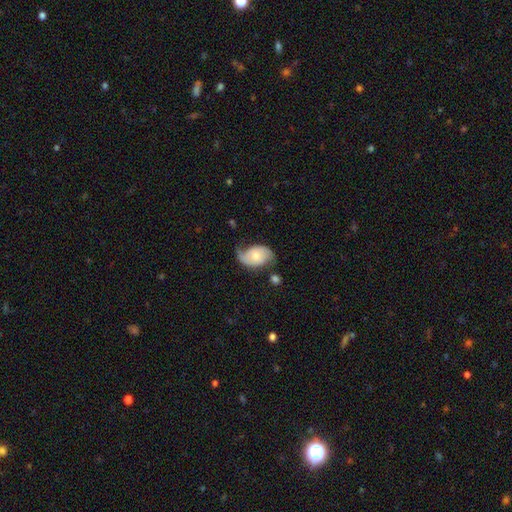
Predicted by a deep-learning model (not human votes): The model was most divided on "bulge size": moderate: 51%, small: 38%, large: 6%, none: 3%, dominant: 2%. Remaining: edge-on disk — no (96%); spiral arms — yes (86%); bar — no (70%); smooth or featured — featured or disk (58%); merging — none (46%).